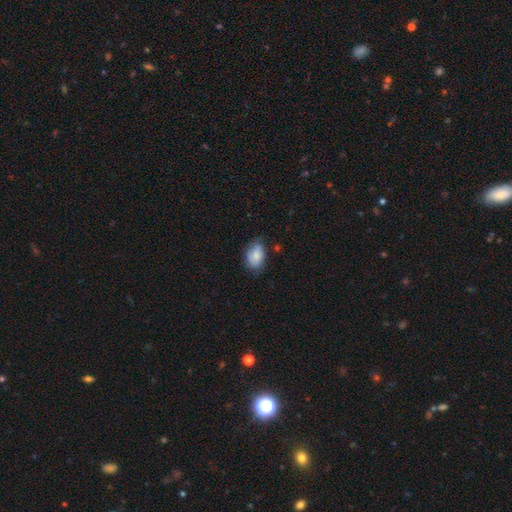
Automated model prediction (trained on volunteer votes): Smooth or featured? Predicted: smooth (p=0.77). How rounded? Predicted: in between (p=0.83). Merging? Predicted: none (p=0.62).